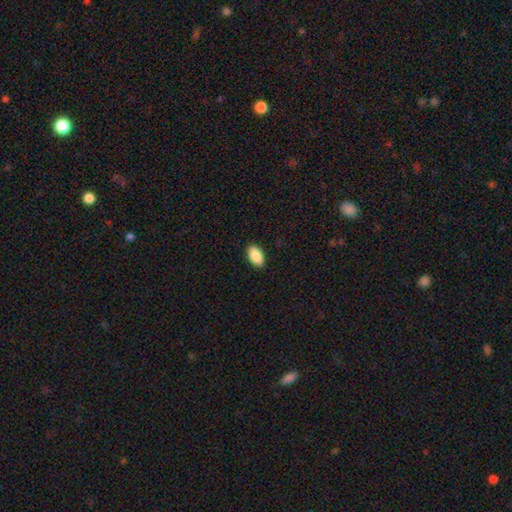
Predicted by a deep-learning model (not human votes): smooth_or_featured: smooth (p=0.90) [alt: star or artifact p=0.06]
how_rounded: in between (p=0.94) [alt: round p=0.03]
merging: none (p=0.90) [alt: minor disturbance p=0.07]